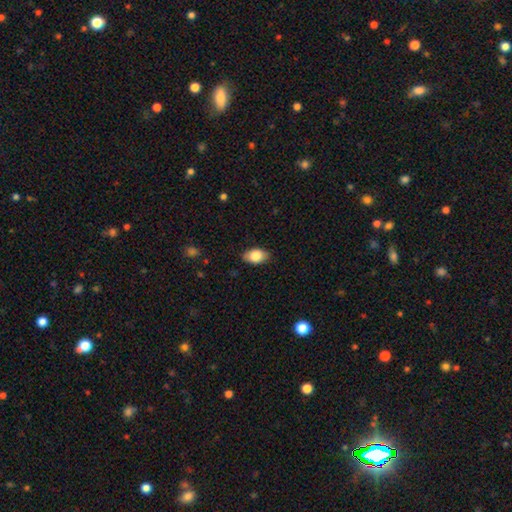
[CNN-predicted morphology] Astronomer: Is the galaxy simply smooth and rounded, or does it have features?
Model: smooth — 84%.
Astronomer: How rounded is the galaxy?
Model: in between — 91%.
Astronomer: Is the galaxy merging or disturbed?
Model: none — 85%.